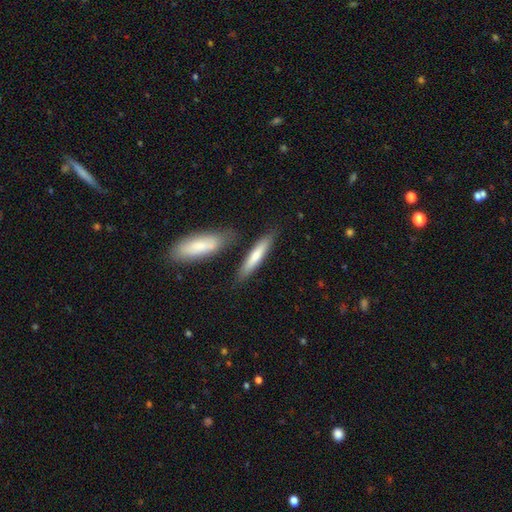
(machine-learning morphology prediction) Q: Smooth or featured?
A: smooth (68%); runner-up: featured or disk (27%)
Q: How rounded?
A: cigar-shaped (85%); runner-up: in between (14%)
Q: Merging?
A: none (76%); runner-up: minor disturbance (11%)